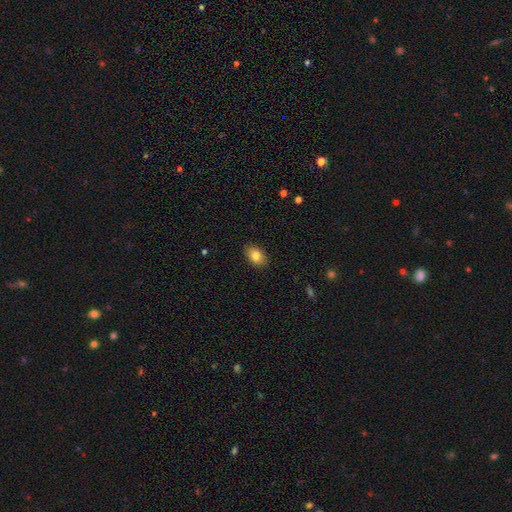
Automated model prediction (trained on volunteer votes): A smooth galaxy with no disk features (83%) that is in between round and cigar-shaped (83%).

Vote fractions:
- Smooth or featured? smooth: 83% / featured or disk: 9% / star or artifact: 8%
- How rounded? in between: 83% / round: 15% / cigar-shaped: 1%
- Merging? none: 88% / minor disturbance: 9% / major disturbance: 2% / merger: 1%